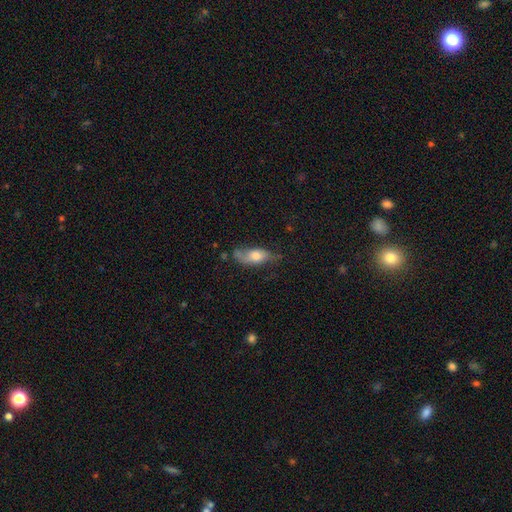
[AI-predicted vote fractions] This appears to be a smooth galaxy with no disk features (60%) that is in between round and cigar-shaped (80%). Merging: none (47%).